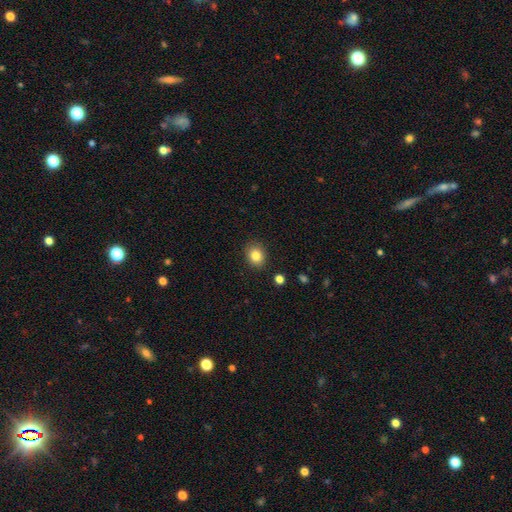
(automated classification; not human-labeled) Smooth or featured: smooth — 84% (star or artifact — 10%)
How rounded: round — 60% (in between — 39%)
Merging: none — 88% (minor disturbance — 8%)